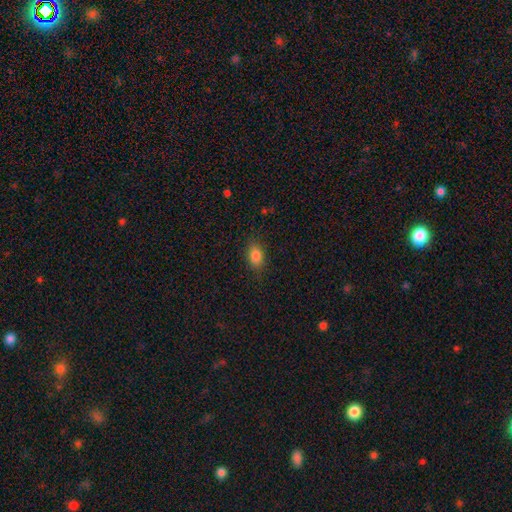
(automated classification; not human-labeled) Overall: smooth (83%). How rounded: in between (82%). Merging: none (84%).